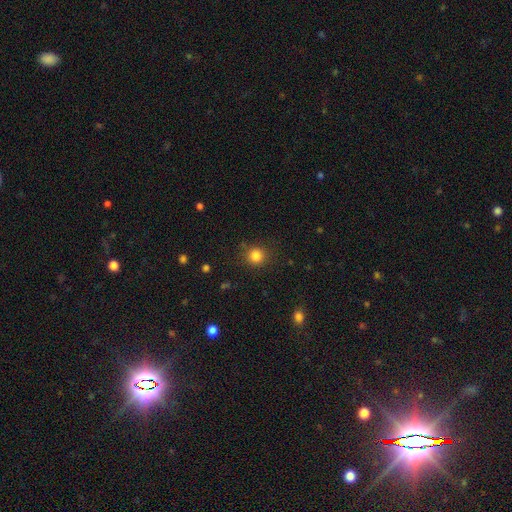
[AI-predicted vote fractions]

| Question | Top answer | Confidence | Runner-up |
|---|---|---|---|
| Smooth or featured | smooth | 83% | star or artifact (12%) |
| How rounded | round | 90% | in between (9%) |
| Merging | none | 84% | minor disturbance (10%) |